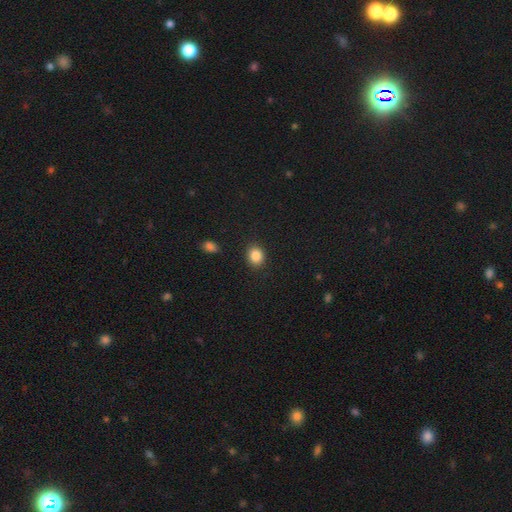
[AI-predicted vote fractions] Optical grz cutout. It shows a smooth galaxy with no disk features (86%) that is round (63%). Merging: none (88%).